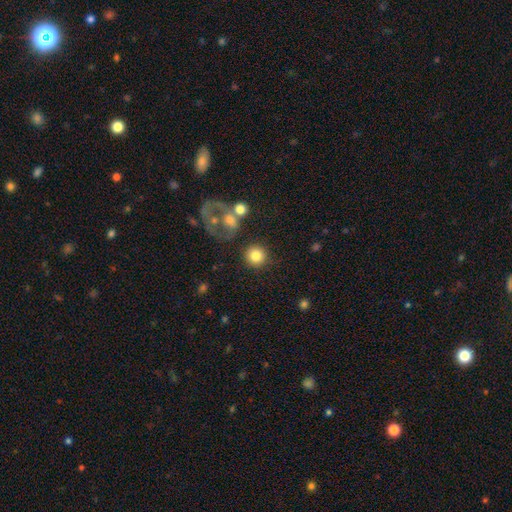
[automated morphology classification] smooth_or_featured: smooth (p=0.81) [alt: star or artifact p=0.10]
how_rounded: round (p=0.94) [alt: in between p=0.05]
merging: none (p=0.82) [alt: minor disturbance p=0.08]